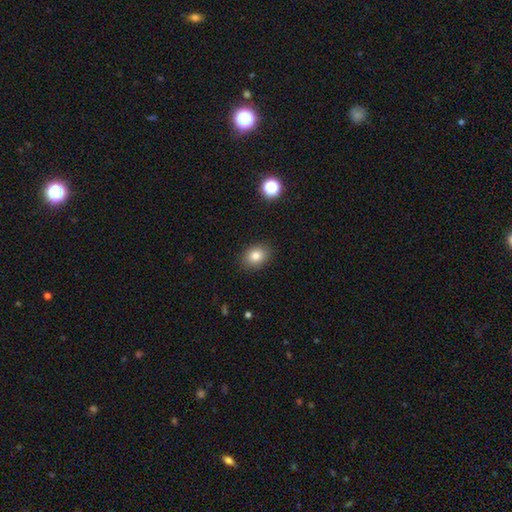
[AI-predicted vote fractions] This appears to be a smooth galaxy with no disk features (82%) that is in between round and cigar-shaped (63%). Merging: none (88%).